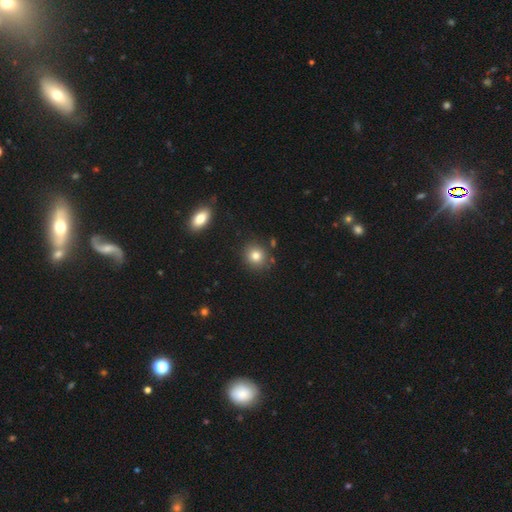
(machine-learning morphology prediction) Smooth or featured: smooth — 80% (star or artifact — 11%)
How rounded: round — 85% (in between — 14%)
Merging: none — 84% (minor disturbance — 9%)